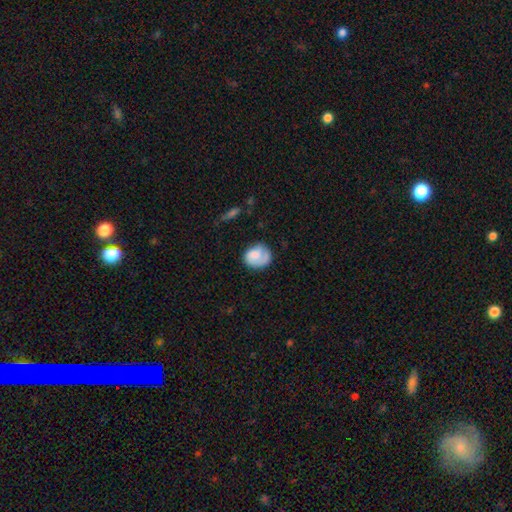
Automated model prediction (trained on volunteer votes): This is likely a smooth galaxy (69%). How rounded: likely round (66%). Merging: possibly none (58%).